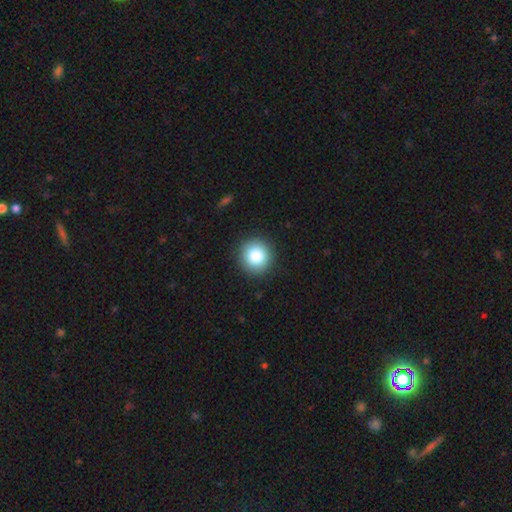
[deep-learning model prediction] Smooth or featured? smooth (83%)
How rounded? round (93%)
Merging? none (91%)